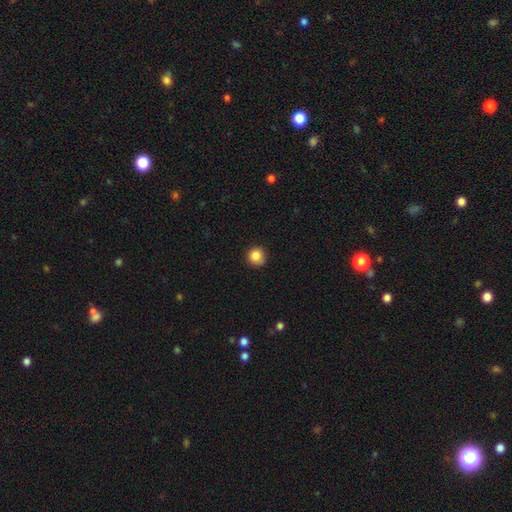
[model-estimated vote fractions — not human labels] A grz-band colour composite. It shows a smooth galaxy with no disk features (86%) that is round (93%). Merging: none (87%).